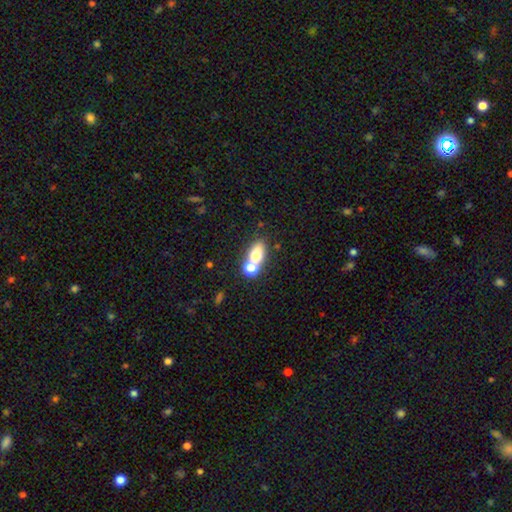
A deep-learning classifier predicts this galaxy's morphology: Smooth or featured: smooth — 69% (featured or disk — 19%)
How rounded: in between — 69% (round — 26%)
Merging: merger — 53% (none — 34%)